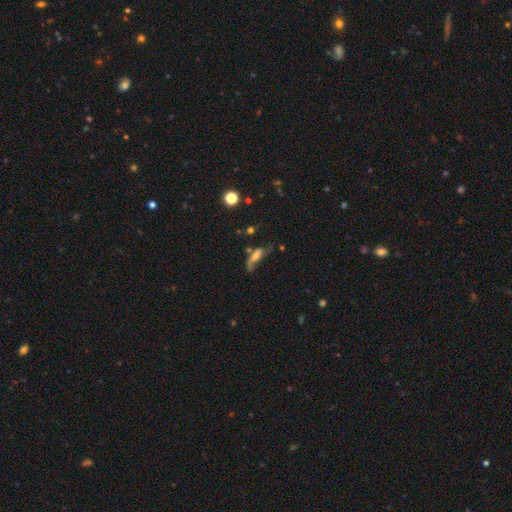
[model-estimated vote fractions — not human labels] Morphology: type=smooth (47%); merging=none (33%).